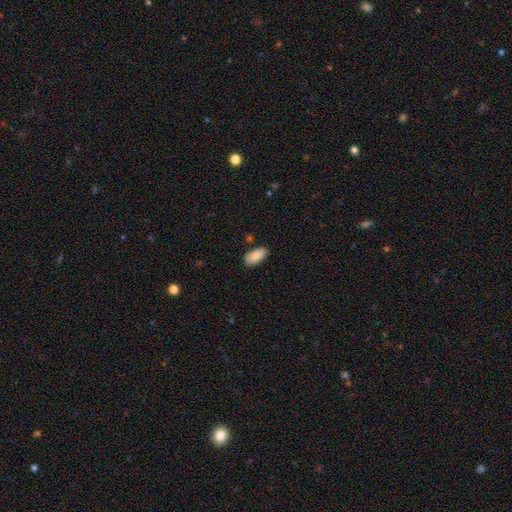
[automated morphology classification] Q: Smooth or featured?
A: smooth (88%); runner-up: star or artifact (6%)
Q: How rounded?
A: in between (92%); runner-up: cigar-shaped (6%)
Q: Merging?
A: none (84%); runner-up: minor disturbance (12%)